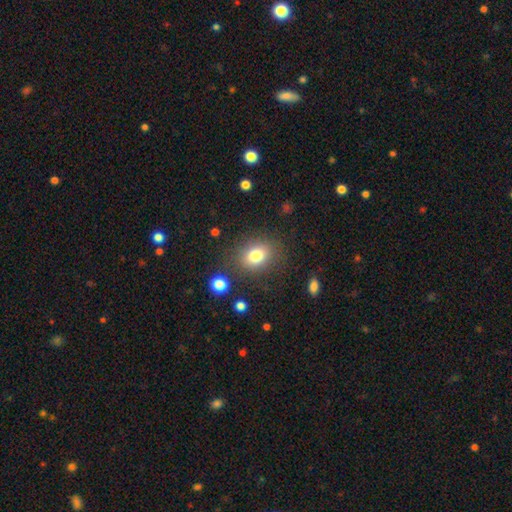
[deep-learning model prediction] Overall: smooth (79%). How rounded: in between (52%; round 47%). Merging: none (80%).